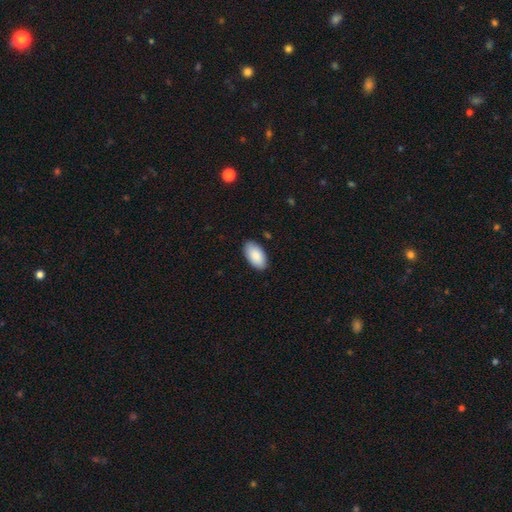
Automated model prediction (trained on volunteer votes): smooth-or-featured: smooth: 88% | star or artifact: 6% | featured or disk: 6%
  how-rounded: in between: 96% | round: 3% | cigar-shaped: 2%
  merging: none: 88% | minor disturbance: 9% | major disturbance: 2% | merger: 1%